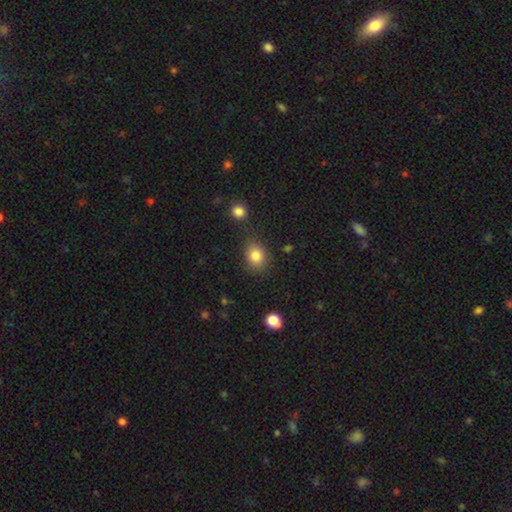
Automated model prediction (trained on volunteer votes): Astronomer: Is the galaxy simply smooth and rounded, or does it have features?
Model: smooth — 84%.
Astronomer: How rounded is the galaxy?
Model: round — 59% (runner-up: in between, 40%).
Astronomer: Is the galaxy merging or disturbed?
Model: none — 78%.